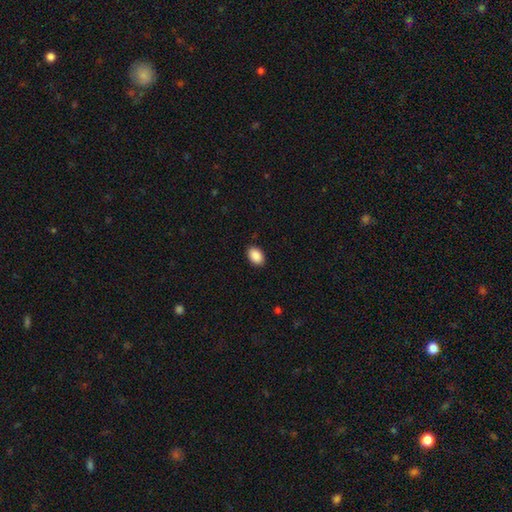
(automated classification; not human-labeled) This appears to be a smooth galaxy with no disk features (90%) that is in between round and cigar-shaped (85%). Merging: none (89%).